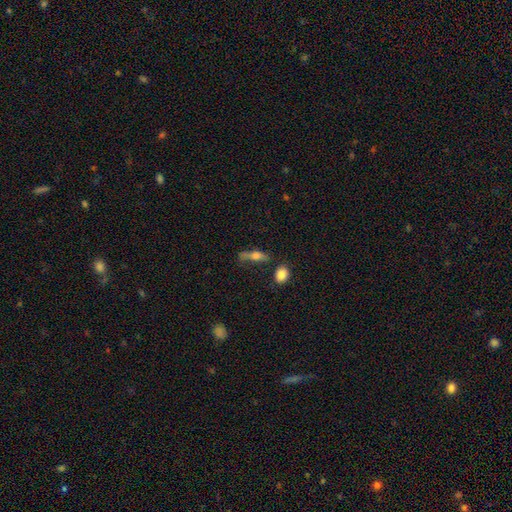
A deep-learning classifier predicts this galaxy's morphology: Smooth or featured?
  - smooth: 57% *
  - featured or disk: 33%
  - star or artifact: 10%
How rounded?
  - cigar-shaped: 50% *
  - in between: 44%
  - round: 7%
Merging?
  - none: 53% *
  - minor disturbance: 24%
  - major disturbance: 14%
  - merger: 9%